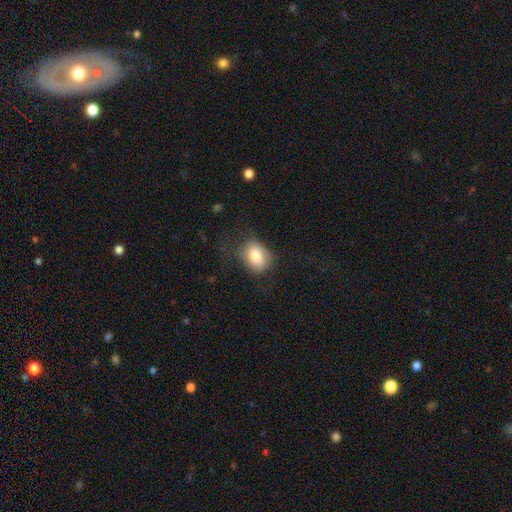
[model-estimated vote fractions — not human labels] The model was most divided on "how rounded": in between: 62%, round: 37%, cigar-shaped: 1%. More confident: smooth or featured — smooth (79%); merging — none (63%).